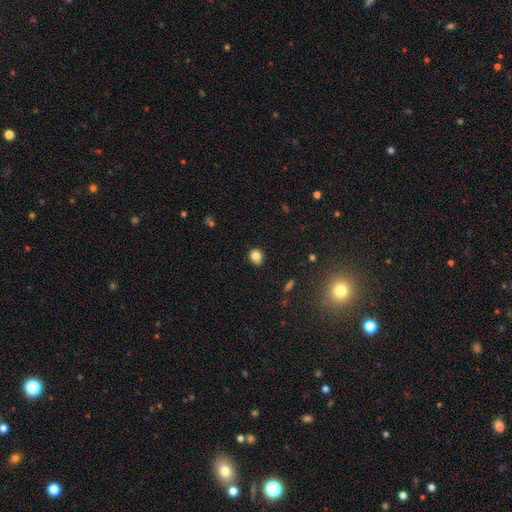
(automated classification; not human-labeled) A smooth galaxy with no disk features (83%) that is round (64%).

Vote fractions:
- Smooth or featured? smooth: 83% / star or artifact: 11% / featured or disk: 7%
- How rounded? round: 64% / in between: 35% / cigar-shaped: 1%
- Merging? none: 84% / minor disturbance: 12% / major disturbance: 2% / merger: 1%